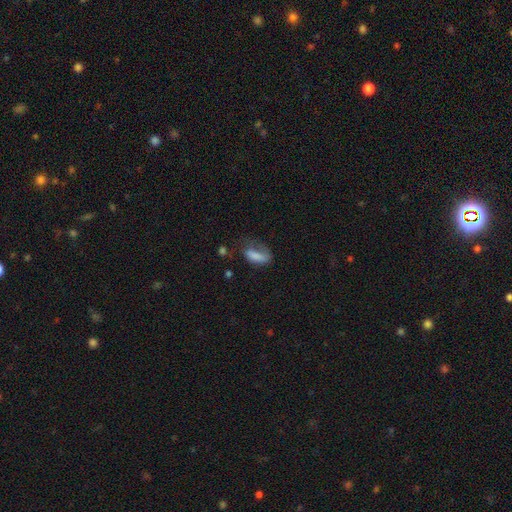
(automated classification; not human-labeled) Overall: smooth (74%). How rounded: in between (78%). Merging: major disturbance (39%; none 31%).